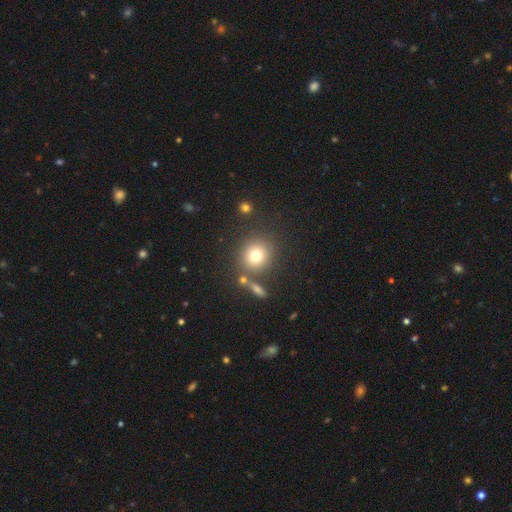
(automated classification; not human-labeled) Smooth or featured? Predicted: smooth (p=0.75). How rounded? Predicted: round (p=0.87). Merging? Predicted: none (p=0.77).